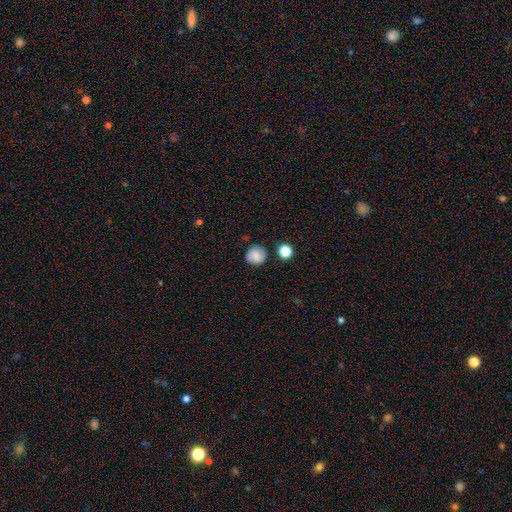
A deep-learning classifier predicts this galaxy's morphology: The model was most divided on "smooth or featured": smooth: 77%, featured or disk: 14%, star or artifact: 10%. More confident: how rounded — round (91%); merging — none (82%).